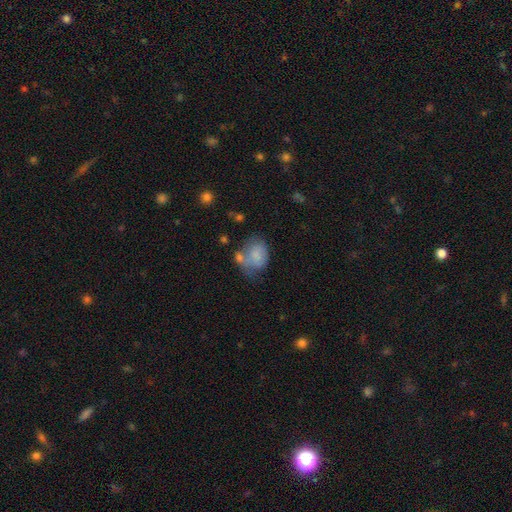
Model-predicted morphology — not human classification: The model was most divided on "merging": none: 32%, merger: 26%, minor disturbance: 25%, major disturbance: 17%. More confident: smooth or featured — smooth (71%); how rounded — in between (60%).